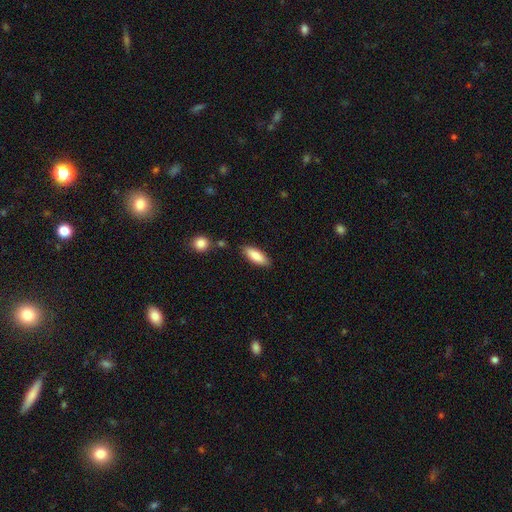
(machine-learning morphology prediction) smooth-or-featured: smooth: 85% | featured or disk: 9% | star or artifact: 6%
  how-rounded: in between: 65% | cigar-shaped: 33% | round: 2%
  merging: none: 84% | minor disturbance: 11% | merger: 3% | major disturbance: 2%